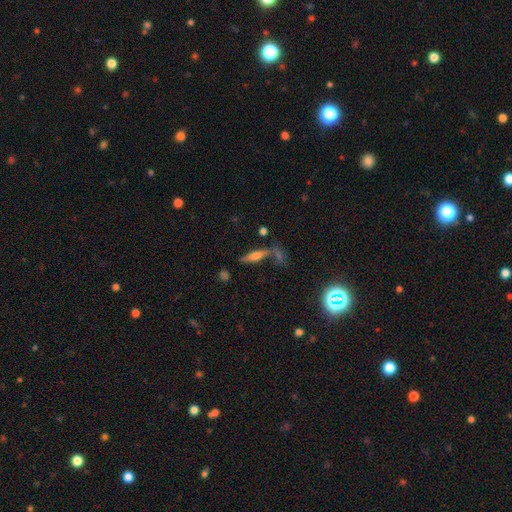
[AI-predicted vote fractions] Overall: featured or disk (45%; smooth 40%). Merging: none (62%).